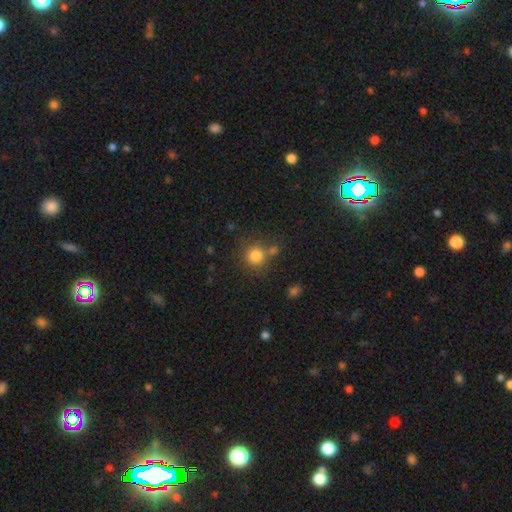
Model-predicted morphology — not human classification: Smooth or featured? Predicted: smooth (p=0.82). How rounded? Predicted: round (p=0.91). Merging? Predicted: none (p=0.69).